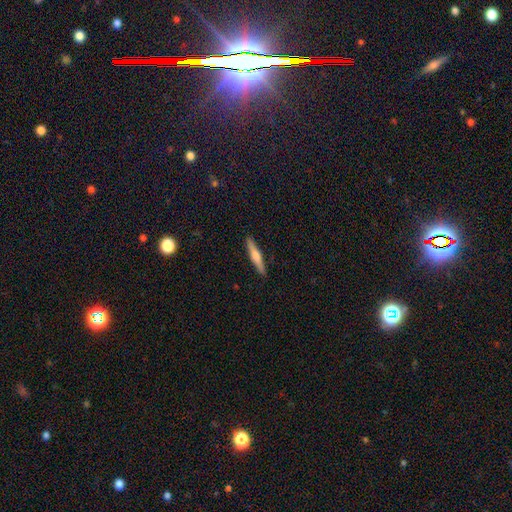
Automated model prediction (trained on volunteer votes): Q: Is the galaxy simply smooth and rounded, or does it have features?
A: smooth — 48%.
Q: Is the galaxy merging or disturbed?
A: none — 90%.